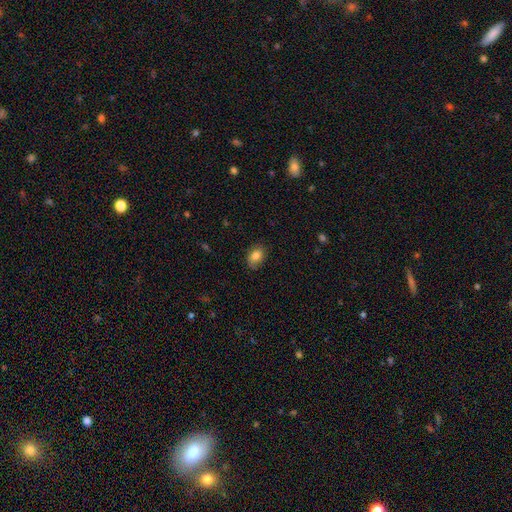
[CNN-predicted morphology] Smooth or featured? Predicted: smooth (p=0.83). How rounded? Predicted: in between (p=0.79). Merging? Predicted: none (p=0.81).